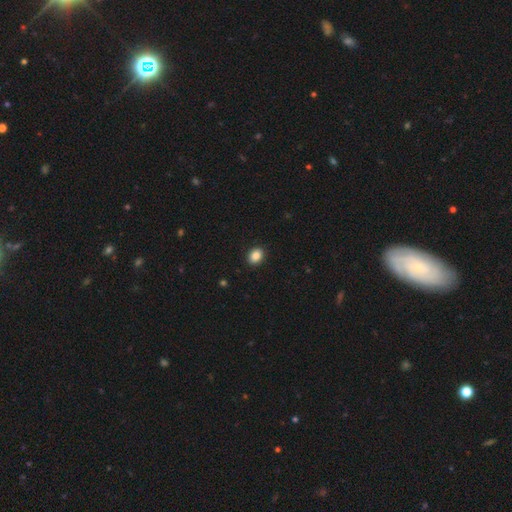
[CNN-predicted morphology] This is clearly a smooth galaxy (88%). How rounded: likely in between (63%). Merging: clearly none (91%).